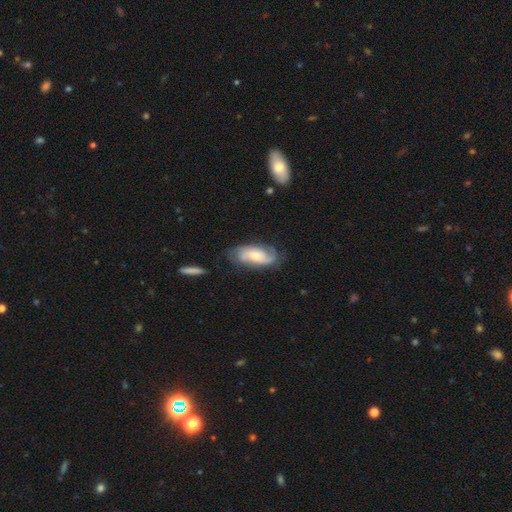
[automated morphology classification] Smooth or featured? Predicted: featured or disk (p=0.72). Edge-on disk? Predicted: no (p=0.94). Bar? Predicted: no (p=0.59). Spiral arms? Predicted: yes (p=0.94). Spiral winding? Predicted: medium (p=0.45). Spiral arm count? Predicted: 2 (p=0.64). Bulge size? Predicted: moderate (p=0.52). Merging? Predicted: none (p=0.68).